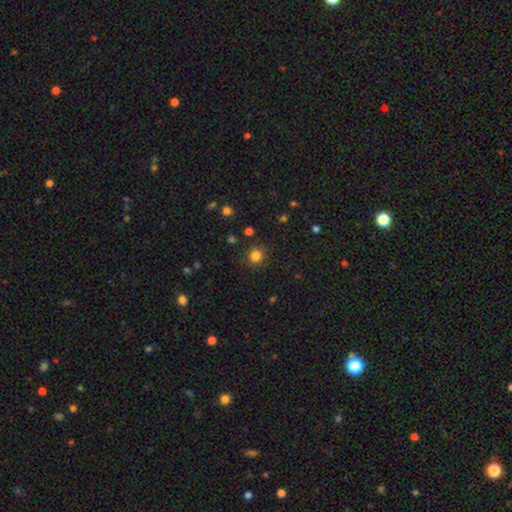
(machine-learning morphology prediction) smooth 82%, star or artifact 13%, featured or disk 5%. Down the decision tree: how rounded — round (88%); merging — none (85%).